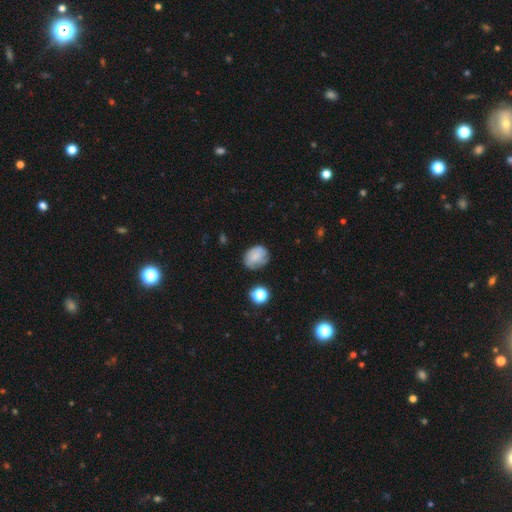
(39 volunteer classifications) A smooth galaxy with no disk features (67%) that is round (62%).

Vote fractions:
- Smooth or featured? smooth: 67% / featured or disk: 28% / star or artifact: 5%
- How rounded? round: 62% / in between: 38% / cigar-shaped: 0%
- Merging? none: 68% / minor disturbance: 30% / major disturbance: 3% / merger: 0%